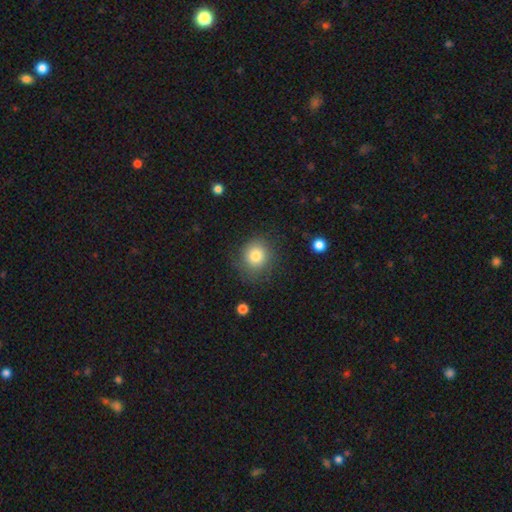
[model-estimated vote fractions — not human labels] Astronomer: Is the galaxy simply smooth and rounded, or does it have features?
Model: smooth — 81%.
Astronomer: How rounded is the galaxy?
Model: round — 80%.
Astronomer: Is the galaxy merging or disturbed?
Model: none — 78%.